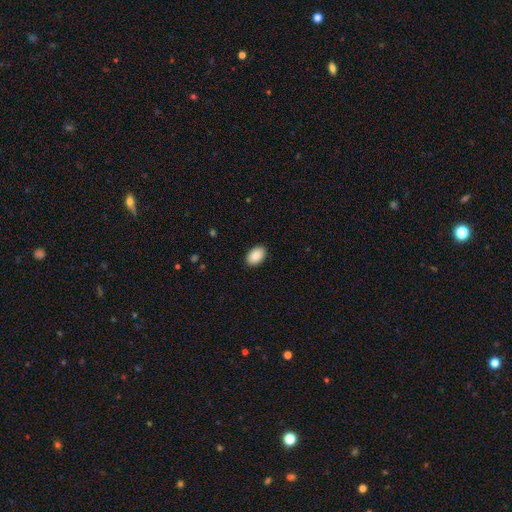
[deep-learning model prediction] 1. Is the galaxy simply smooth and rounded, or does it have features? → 90% smooth, 6% star or artifact, 3% featured or disk.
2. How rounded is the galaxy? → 91% in between, 7% round, 1% cigar-shaped.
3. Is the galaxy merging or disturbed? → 90% none, 7% minor disturbance, 2% major disturbance, 1% merger.